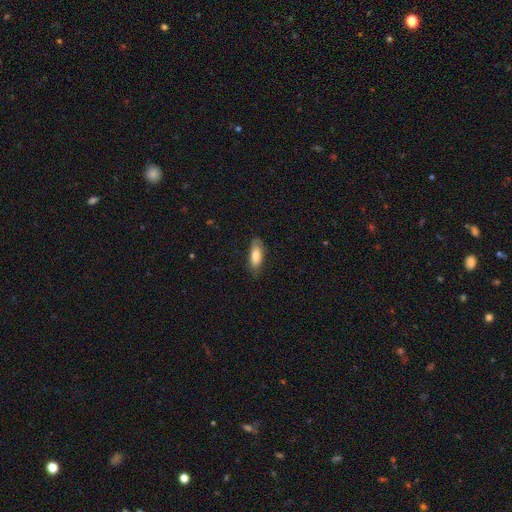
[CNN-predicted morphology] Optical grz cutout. It shows a smooth galaxy with no disk features (80%) that is in between round and cigar-shaped (72%). Merging: none (77%).